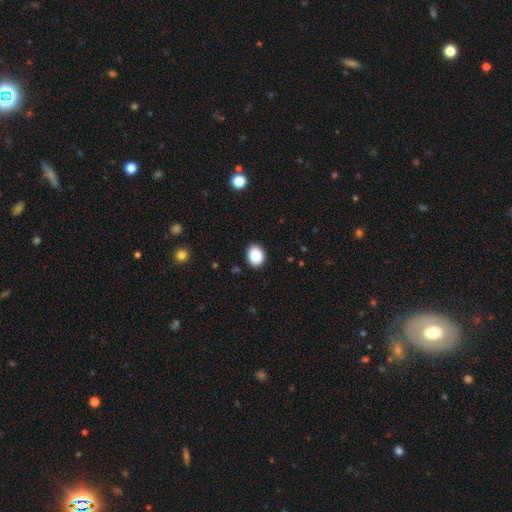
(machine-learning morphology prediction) Overall: smooth (89%). How rounded: in between (56%; round 43%). Merging: none (88%).